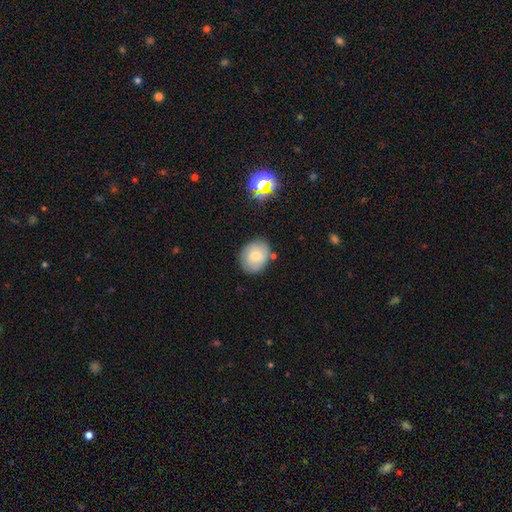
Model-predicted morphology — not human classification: Smooth or featured: smooth — 68% (featured or disk — 22%)
How rounded: round — 59% (in between — 40%)
Merging: none — 79% (minor disturbance — 14%)